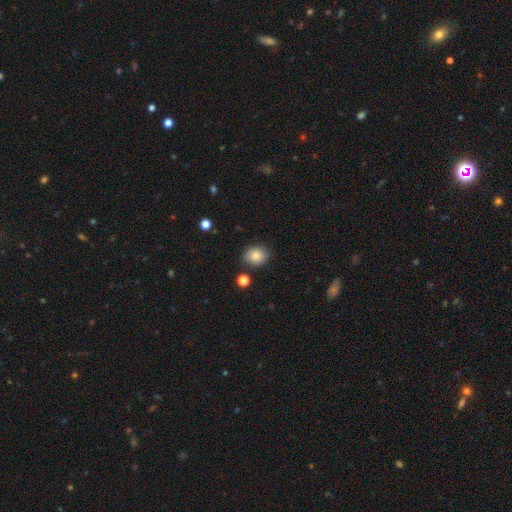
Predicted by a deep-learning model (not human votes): A smooth galaxy with no disk features (83%) that is round (61%).

Vote fractions:
- Smooth or featured? smooth: 83% / star or artifact: 9% / featured or disk: 7%
- How rounded? round: 61% / in between: 38% / cigar-shaped: 1%
- Merging? none: 84% / minor disturbance: 10% / merger: 3% / major disturbance: 2%